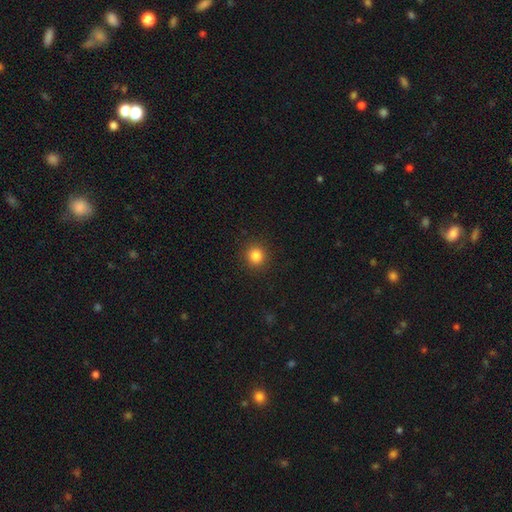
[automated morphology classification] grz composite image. It shows a smooth galaxy with no disk features (84%) that is round (92%). Merging: none (91%).